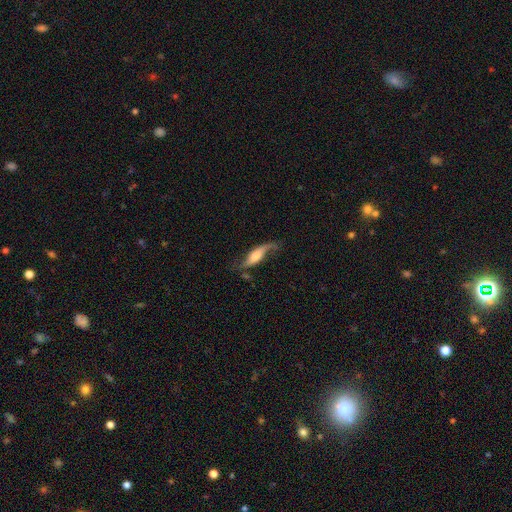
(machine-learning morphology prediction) smooth-or-featured: featured or disk: 63% | smooth: 30% | star or artifact: 7%
  disk-edge-on: no: 68% | yes: 32%
  merging: none: 49% | minor disturbance: 26% | major disturbance: 20% | merger: 4%